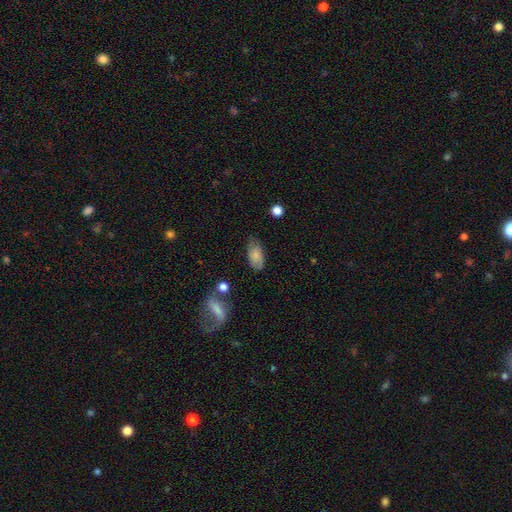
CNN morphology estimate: Q: Smooth or featured?
A: smooth (76%); runner-up: featured or disk (16%)
Q: How rounded?
A: in between (90%); runner-up: cigar-shaped (6%)
Q: Merging?
A: none (66%); runner-up: minor disturbance (25%)